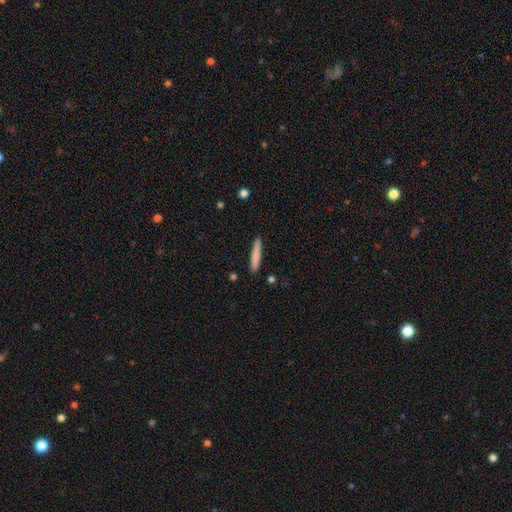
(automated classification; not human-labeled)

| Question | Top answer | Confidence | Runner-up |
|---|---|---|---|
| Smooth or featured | smooth | 78% | featured or disk (16%) |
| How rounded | cigar-shaped | 94% | in between (5%) |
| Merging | none | 89% | minor disturbance (8%) |